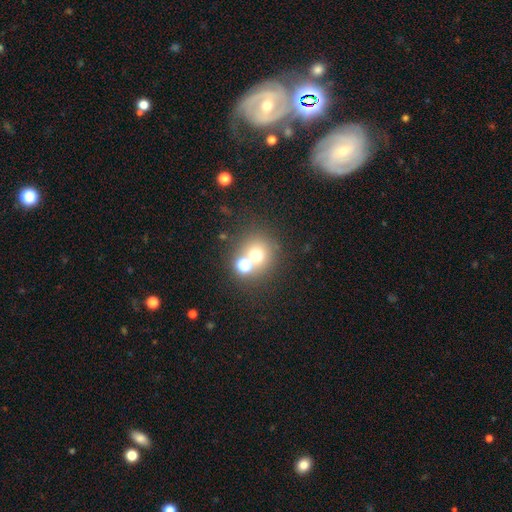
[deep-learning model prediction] Smooth or featured? smooth (63%)
How rounded? round (87%)
Merging? none (57%)